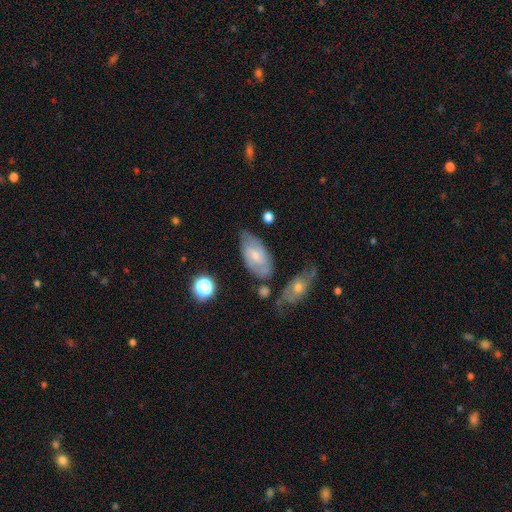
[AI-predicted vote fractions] Smooth or featured?
  - featured or disk: 56% *
  - smooth: 36%
  - star or artifact: 7%
Edge-on disk?
  - no: 92% *
  - yes: 8%
Bar?
  - weak: 50% *
  - no: 38%
  - strong: 12%
Spiral arms?
  - yes: 78% *
  - no: 22%
Bulge size?
  - small: 53% *
  - moderate: 38%
  - none: 5%
  - large: 2%
  - dominant: 1%
Merging?
  - none: 64% *
  - minor disturbance: 23%
  - major disturbance: 7%
  - merger: 6%